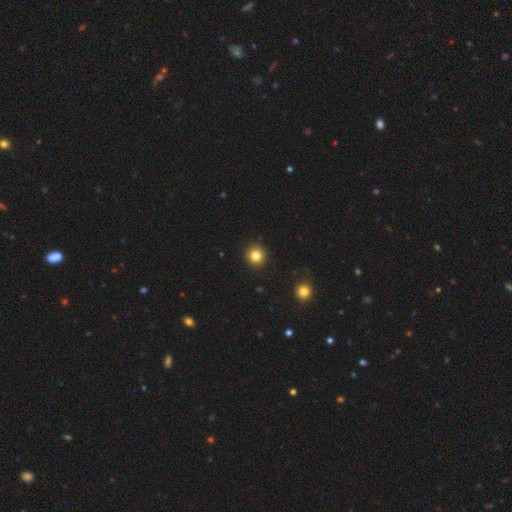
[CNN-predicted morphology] Q: Smooth or featured?
A: smooth (83%); runner-up: star or artifact (12%)
Q: How rounded?
A: round (91%); runner-up: in between (8%)
Q: Merging?
A: none (92%); runner-up: minor disturbance (5%)